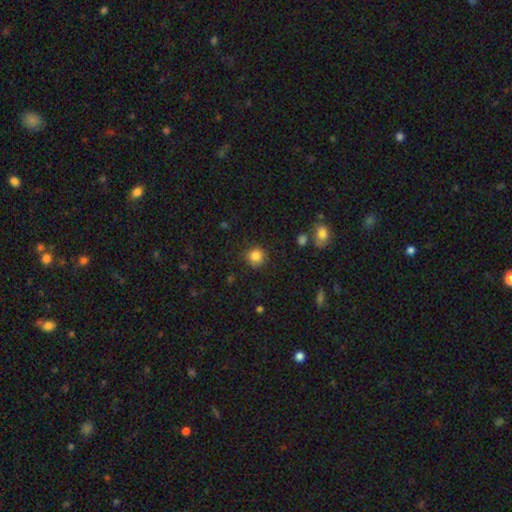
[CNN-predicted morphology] Smooth or featured? smooth (84%)
How rounded? round (91%)
Merging? none (83%)